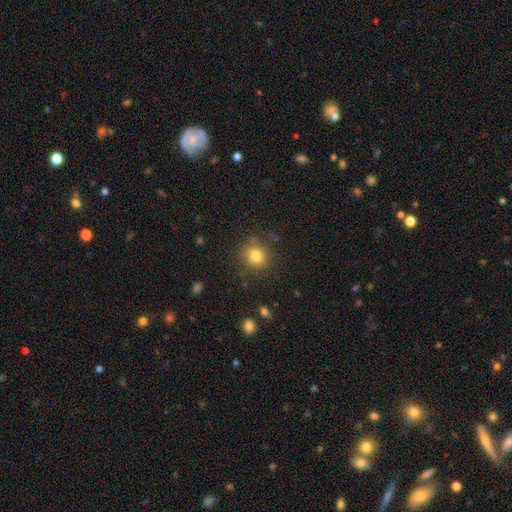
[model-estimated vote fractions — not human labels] This appears to be a smooth galaxy with no disk features (80%) that is round (88%). Merging: none (84%).